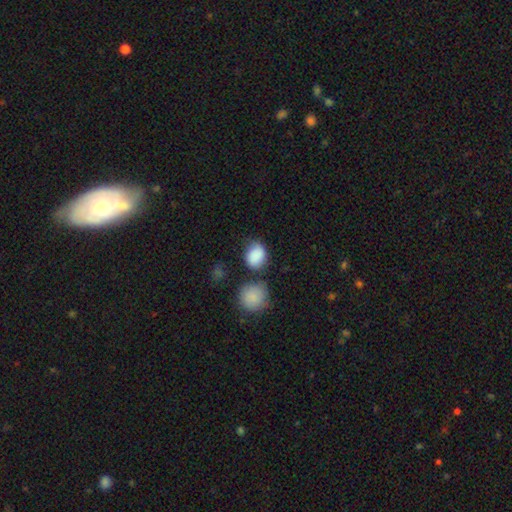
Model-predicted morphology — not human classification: This appears to be a smooth galaxy with no disk features (87%) that is in between round and cigar-shaped (50%). Merging: none (60%).